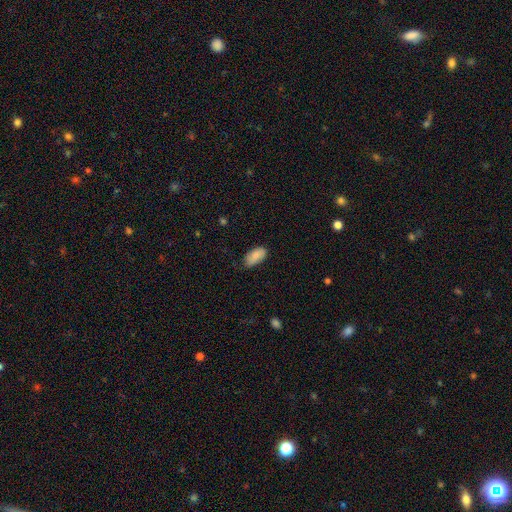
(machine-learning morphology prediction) Smooth or featured? Predicted: smooth (p=0.87). How rounded? Predicted: in between (p=0.93). Merging? Predicted: none (p=0.74).